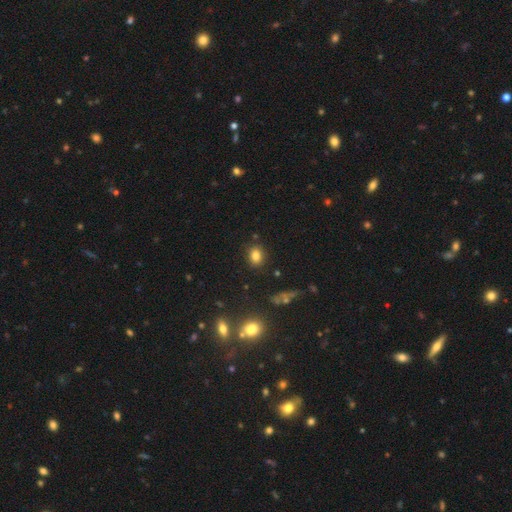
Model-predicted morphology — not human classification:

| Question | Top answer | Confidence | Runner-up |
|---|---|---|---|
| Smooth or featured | smooth | 81% | star or artifact (13%) |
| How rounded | round | 50% | in between (48%) |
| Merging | none | 85% | minor disturbance (9%) |